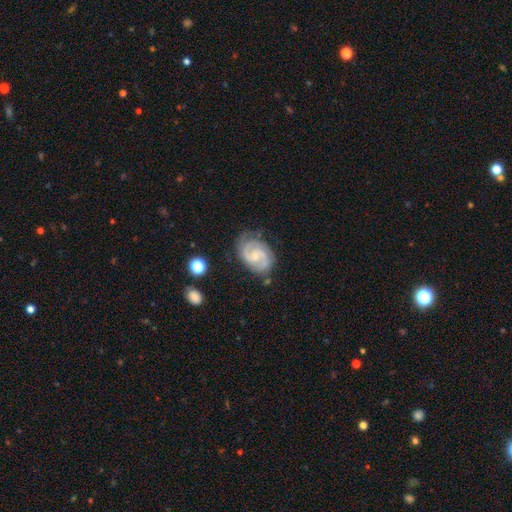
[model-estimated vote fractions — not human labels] Smooth or featured?
  - featured or disk: 89% *
  - smooth: 6%
  - star or artifact: 5%
Edge-on disk?
  - no: 98% *
  - yes: 2%
Bar?
  - no: 48% *
  - weak: 44%
  - strong: 8%
Spiral arms?
  - yes: 98% *
  - no: 2%
Spiral winding?
  - medium: 48% *
  - tight: 43%
  - loose: 9%
Spiral arm count?
  - 2: 87% *
  - 3: 5%
  - can't tell: 4%
  - 1: 2%
  - 4: 1%
  - more than 4: 1%
Bulge size?
  - small: 64% *
  - moderate: 26%
  - none: 8%
  - large: 1%
  - dominant: 1%
Merging?
  - none: 73% *
  - minor disturbance: 19%
  - major disturbance: 6%
  - merger: 2%